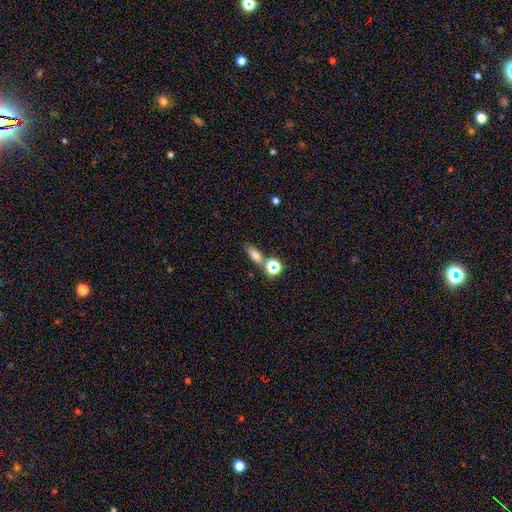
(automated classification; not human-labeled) Q: Smooth or featured?
A: smooth (69%); runner-up: star or artifact (20%)
Q: How rounded?
A: in between (64%); runner-up: cigar-shaped (21%)
Q: Merging?
A: none (63%); runner-up: merger (20%)